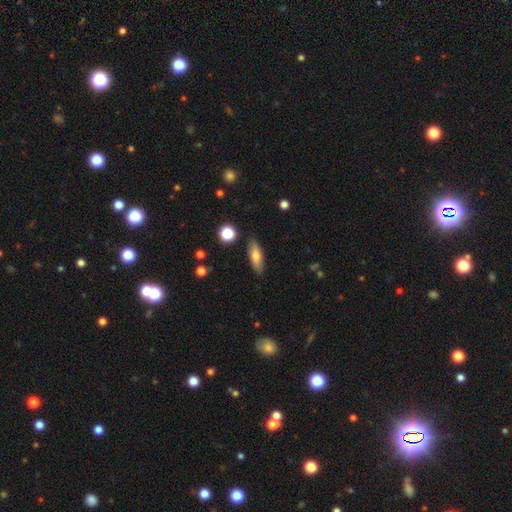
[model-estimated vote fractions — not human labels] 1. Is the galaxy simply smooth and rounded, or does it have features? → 70% smooth, 22% featured or disk, 7% star or artifact.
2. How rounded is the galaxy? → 59% in between, 38% cigar-shaped, 3% round.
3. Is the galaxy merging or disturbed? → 87% none, 10% minor disturbance, 2% major disturbance, 2% merger.